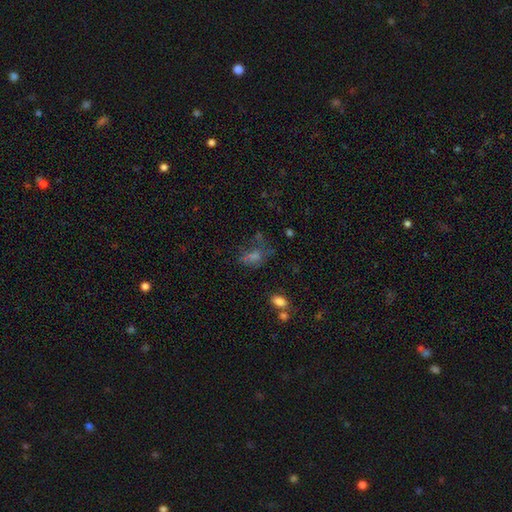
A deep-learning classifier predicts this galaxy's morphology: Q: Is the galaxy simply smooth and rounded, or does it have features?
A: smooth — 43%.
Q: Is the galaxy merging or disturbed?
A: none — 43%.